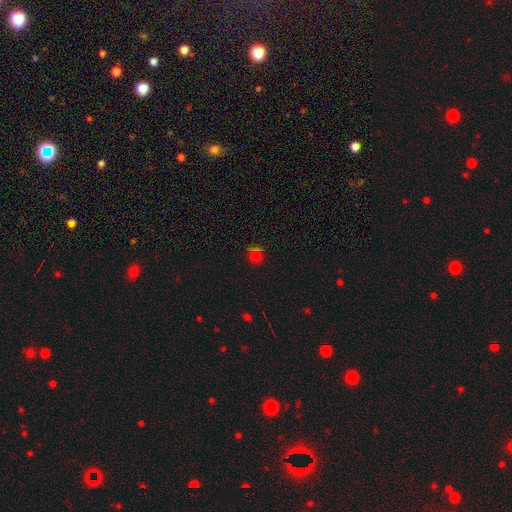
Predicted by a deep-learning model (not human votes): Morphology: type=smooth (57%); roundness=round (87%); merging=none (74%).